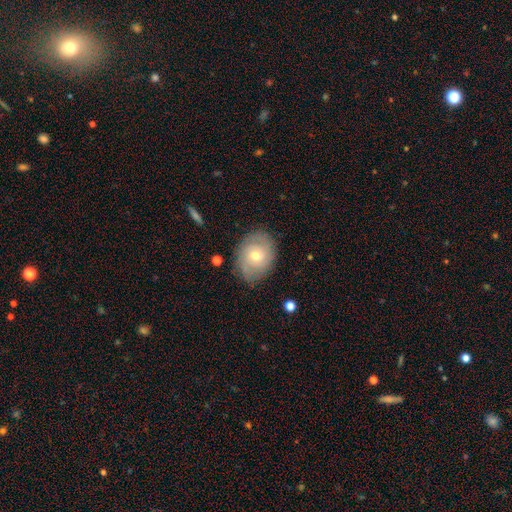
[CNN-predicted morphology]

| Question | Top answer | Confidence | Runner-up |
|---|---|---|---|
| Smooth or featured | featured or disk | 56% | smooth (35%) |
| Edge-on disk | no | 95% | yes (5%) |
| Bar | no | 78% | weak (19%) |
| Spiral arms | yes | 77% | no (23%) |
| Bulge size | moderate | 57% | small (39%) |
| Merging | none | 80% | minor disturbance (14%) |